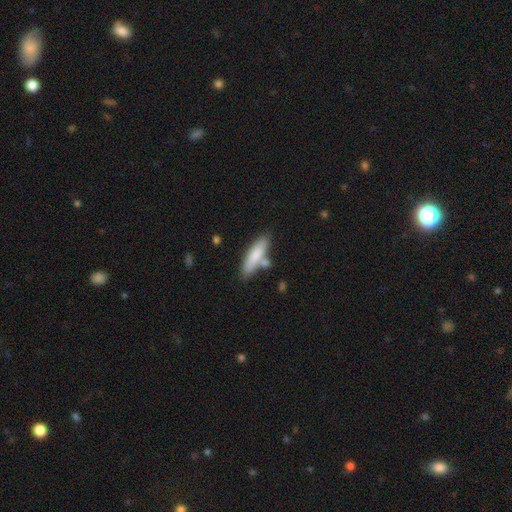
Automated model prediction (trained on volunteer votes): Q: Smooth or featured?
A: smooth (77%); runner-up: featured or disk (17%)
Q: How rounded?
A: cigar-shaped (67%); runner-up: in between (31%)
Q: Merging?
A: none (66%); runner-up: merger (16%)